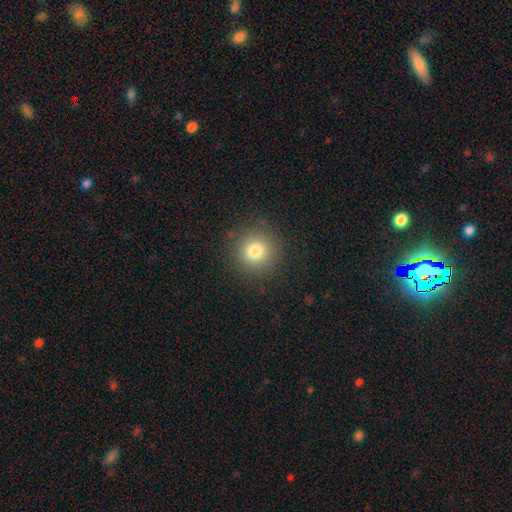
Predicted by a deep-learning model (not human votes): Smooth or featured? smooth (70%)
How rounded? round (96%)
Merging? none (92%)